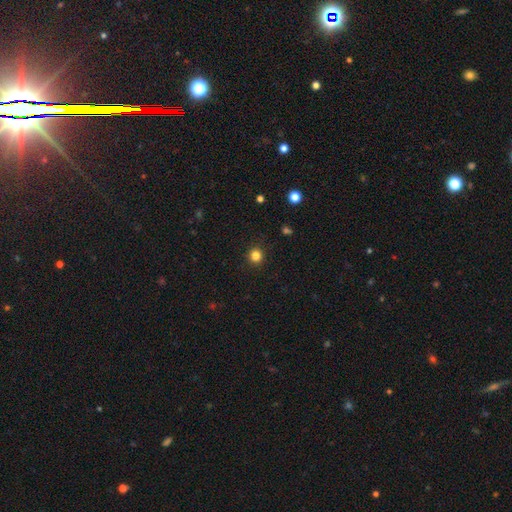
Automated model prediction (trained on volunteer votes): The model was most divided on "smooth or featured": smooth: 83%, star or artifact: 13%, featured or disk: 4%. More confident: how rounded — round (92%); merging — none (91%).